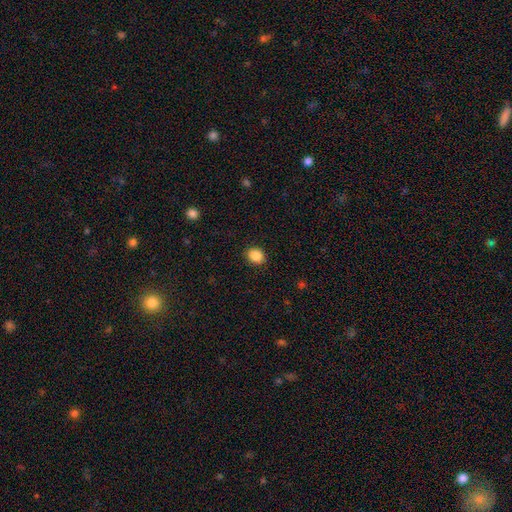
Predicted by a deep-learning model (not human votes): Smooth or featured? smooth (87%)
How rounded? round (61%)
Merging? none (89%)